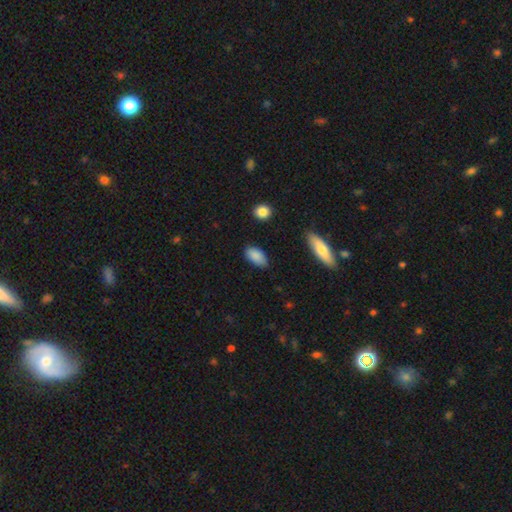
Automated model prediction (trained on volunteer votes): The model was most divided on "merging": none: 79%, minor disturbance: 16%, major disturbance: 3%, merger: 2%. More confident: how rounded — in between (92%); smooth or featured — smooth (87%).